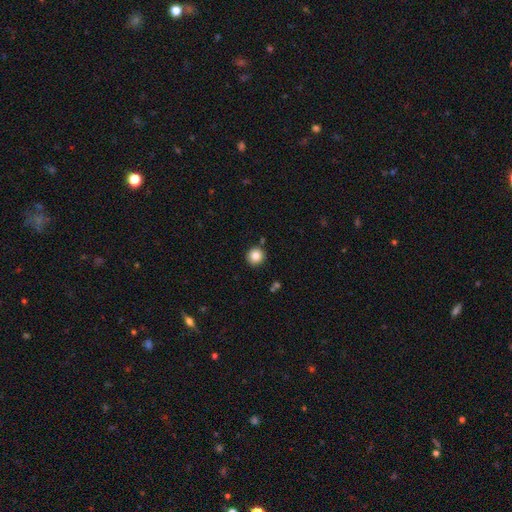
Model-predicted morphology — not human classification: A smooth galaxy with no disk features (84%) that is round (94%). Merging: none (89%).